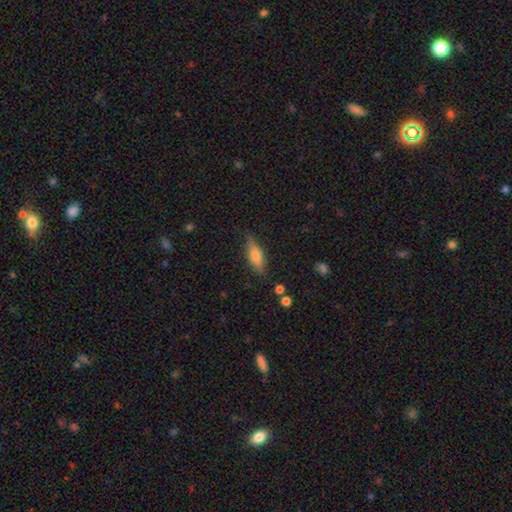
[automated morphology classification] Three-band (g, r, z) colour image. It shows a smooth galaxy with no disk features (58%) that is in between round and cigar-shaped (56%). Merging: none (80%).